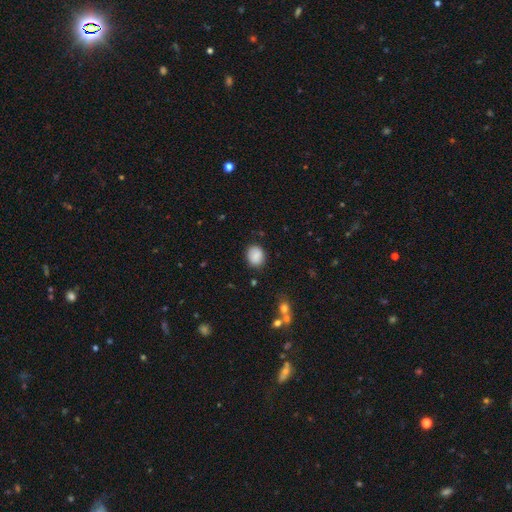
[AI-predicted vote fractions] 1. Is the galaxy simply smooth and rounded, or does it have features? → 87% smooth, 8% star or artifact, 5% featured or disk.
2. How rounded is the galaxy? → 54% round, 45% in between, 1% cigar-shaped.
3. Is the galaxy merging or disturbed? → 84% none, 12% minor disturbance, 3% major disturbance, 2% merger.